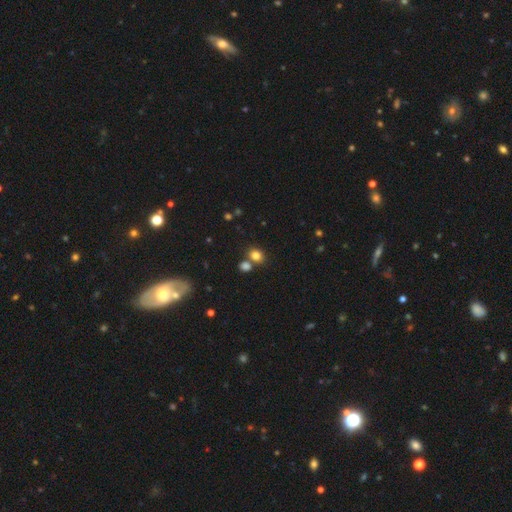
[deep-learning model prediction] Q: Smooth or featured?
A: smooth (81%); runner-up: star or artifact (13%)
Q: How rounded?
A: round (54%); runner-up: in between (45%)
Q: Merging?
A: none (62%); runner-up: merger (25%)